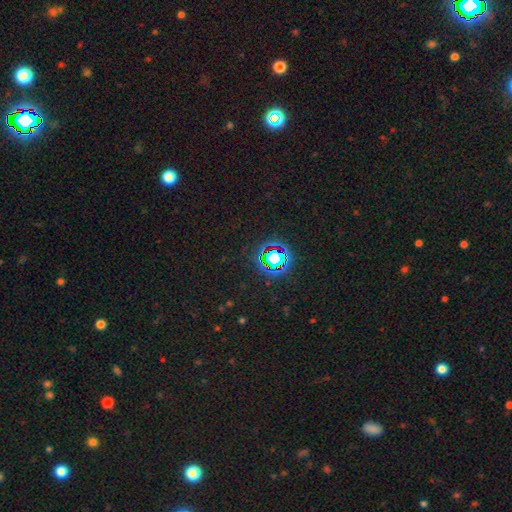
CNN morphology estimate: smooth-or-featured: star or artifact: 80% | smooth: 13% | featured or disk: 7%